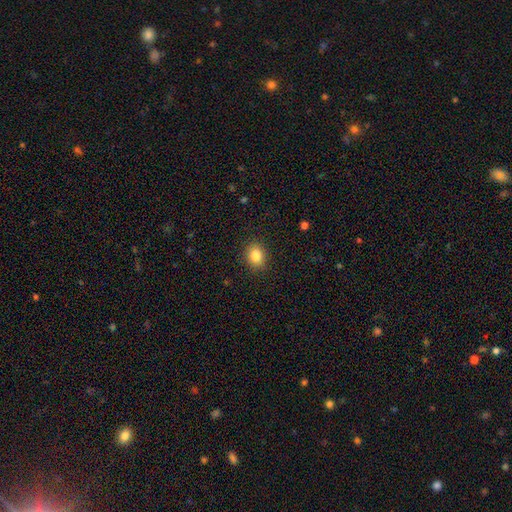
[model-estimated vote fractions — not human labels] Overall: smooth (84%). How rounded: round (50%; in between 49%). Merging: none (89%).